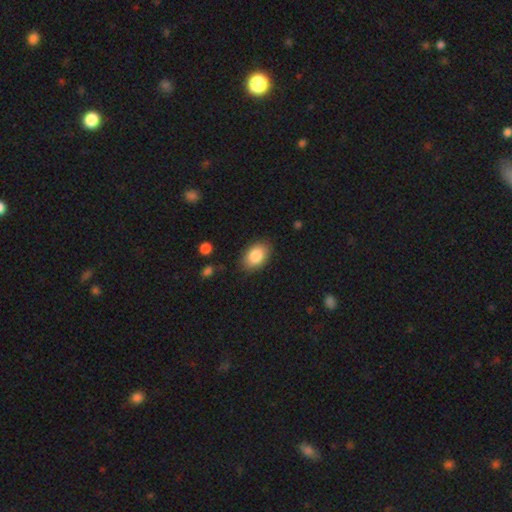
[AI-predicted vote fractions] Smooth or featured? Predicted: smooth (p=0.86). How rounded? Predicted: in between (p=0.84). Merging? Predicted: none (p=0.85).